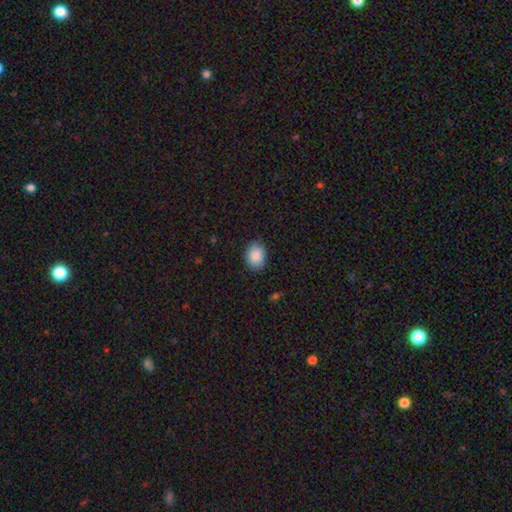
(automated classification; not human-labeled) Overall: smooth (88%). How rounded: in between (61%; round 38%). Merging: none (85%).